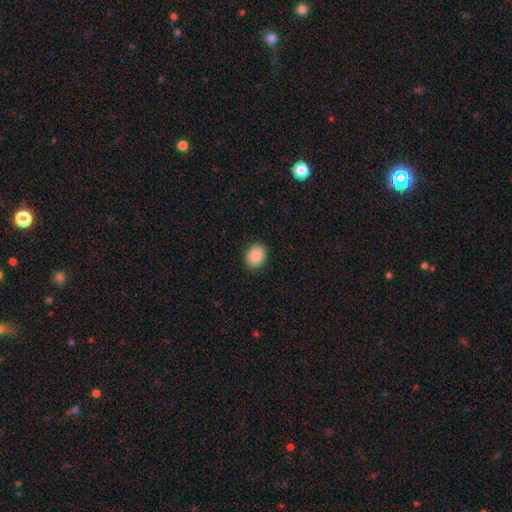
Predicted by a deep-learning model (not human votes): Q: Smooth or featured?
A: smooth (88%); runner-up: star or artifact (8%)
Q: How rounded?
A: in between (53%); runner-up: round (47%)
Q: Merging?
A: none (90%); runner-up: minor disturbance (7%)